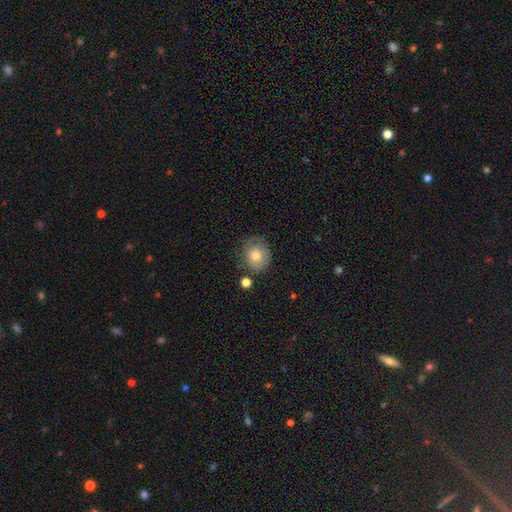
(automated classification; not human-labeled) smooth 70%, featured or disk 21%, star or artifact 9%. Down the decision tree: how rounded — round (77%); merging — none (67%).